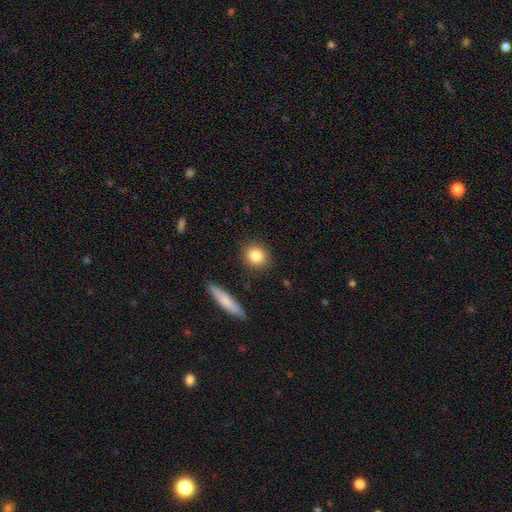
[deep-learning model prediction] A smooth galaxy with no disk features (82%) that is round (79%).

Vote fractions:
- Smooth or featured? smooth: 82% / featured or disk: 9% / star or artifact: 9%
- How rounded? round: 79% / in between: 19% / cigar-shaped: 2%
- Merging? none: 89% / minor disturbance: 7% / major disturbance: 2% / merger: 2%